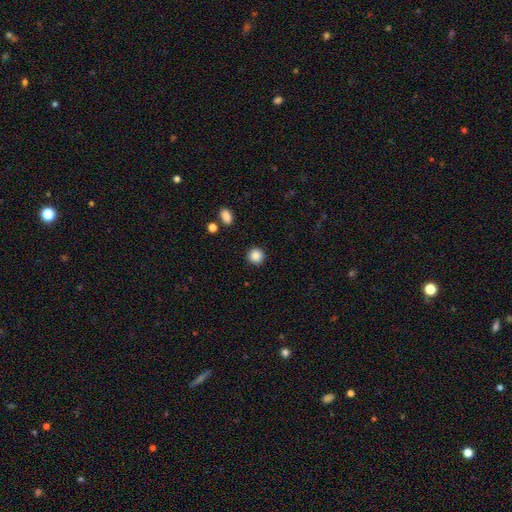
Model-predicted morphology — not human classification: Smooth or featured: smooth — 87% (star or artifact — 10%)
How rounded: round — 94% (in between — 5%)
Merging: none — 91% (minor disturbance — 5%)